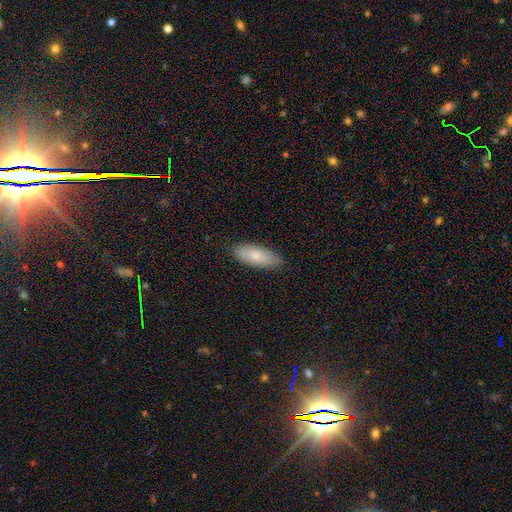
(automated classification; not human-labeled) Smooth or featured? smooth (80%)
How rounded? in between (79%)
Merging? none (86%)